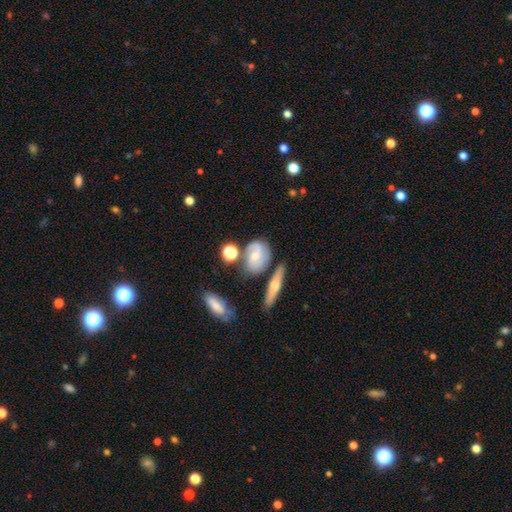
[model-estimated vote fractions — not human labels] featured or disk 58%, smooth 33%, star or artifact 8%. Down the decision tree: edge-on disk — no (91%); bar — no (54%); spiral arms — yes (87%); bulge size — small (43%); merging — none (59%).